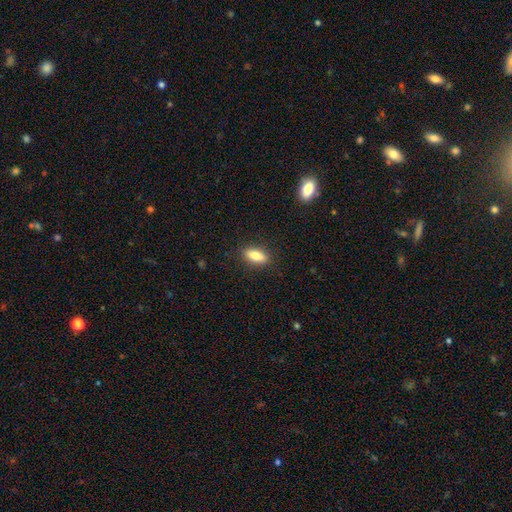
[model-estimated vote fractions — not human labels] Overall: smooth (81%). How rounded: in between (74%). Merging: none (87%).